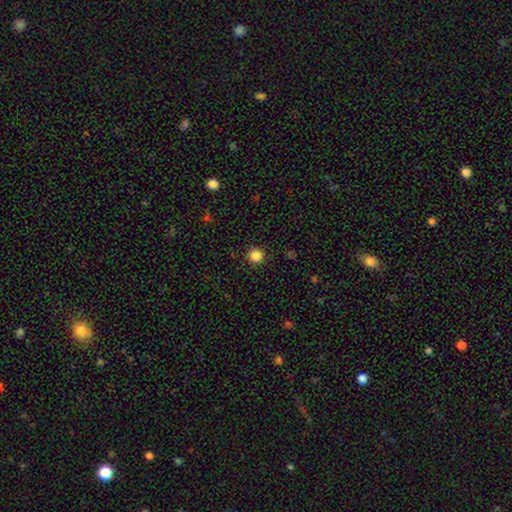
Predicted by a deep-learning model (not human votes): Morphology: type=smooth (86%); roundness=round (95%); merging=none (92%).